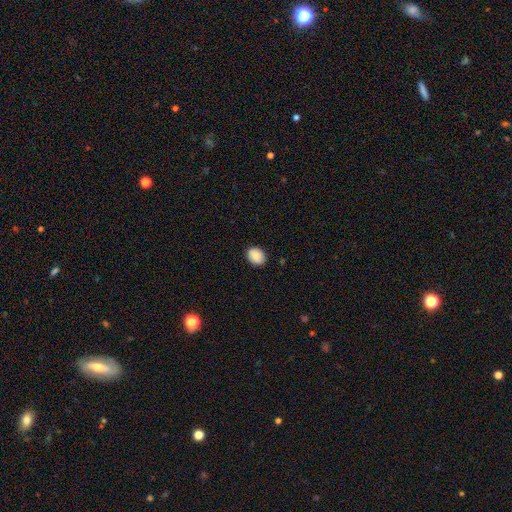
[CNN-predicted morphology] Smooth or featured: smooth — 87% (star or artifact — 8%)
How rounded: in between — 56% (round — 43%)
Merging: none — 89% (minor disturbance — 9%)